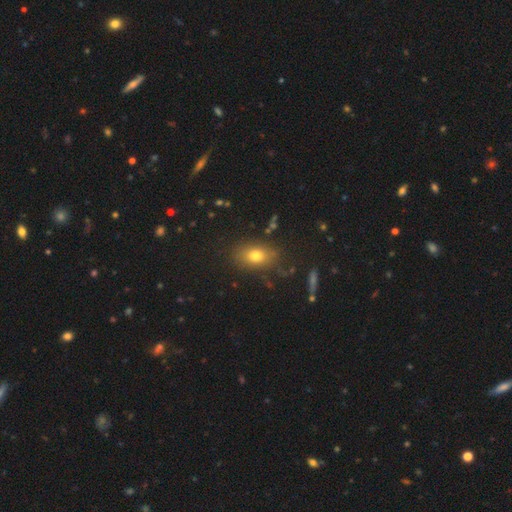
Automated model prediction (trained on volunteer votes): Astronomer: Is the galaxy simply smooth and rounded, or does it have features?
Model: smooth — 74%.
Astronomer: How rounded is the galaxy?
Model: in between — 73%.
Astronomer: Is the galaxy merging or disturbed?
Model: none — 81%.